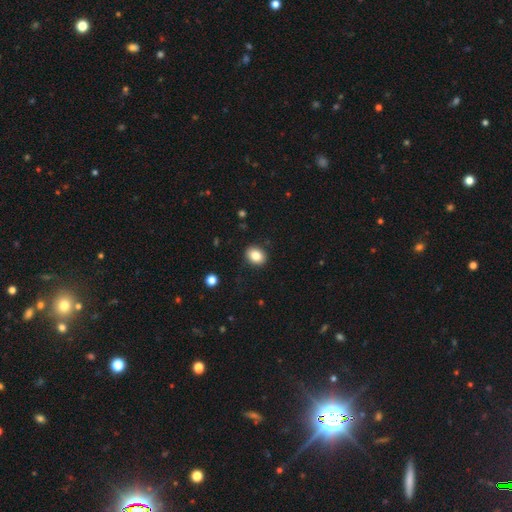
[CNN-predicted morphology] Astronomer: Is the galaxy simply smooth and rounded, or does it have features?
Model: smooth — 84%.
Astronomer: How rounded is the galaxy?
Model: in between — 53% (runner-up: round, 46%).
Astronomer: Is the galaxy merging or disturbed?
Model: none — 89%.